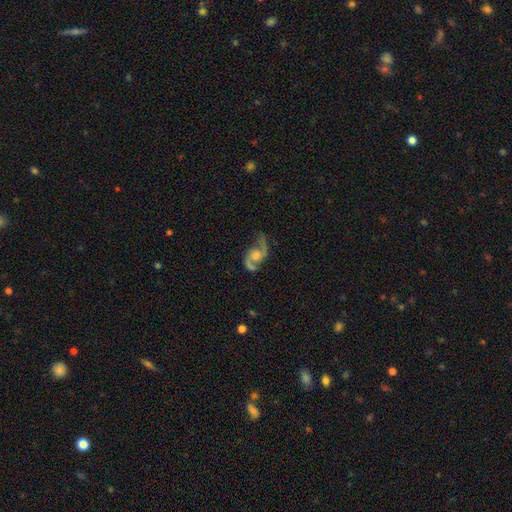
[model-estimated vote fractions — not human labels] featured or disk 87%, star or artifact 7%, smooth 6%. Down the decision tree: edge-on disk — no (97%); bar — no (64%); spiral arms — yes (96%); spiral arm count — 2 (92%); spiral winding — loose (51%); bulge size — moderate (49%); merging — none (71%).